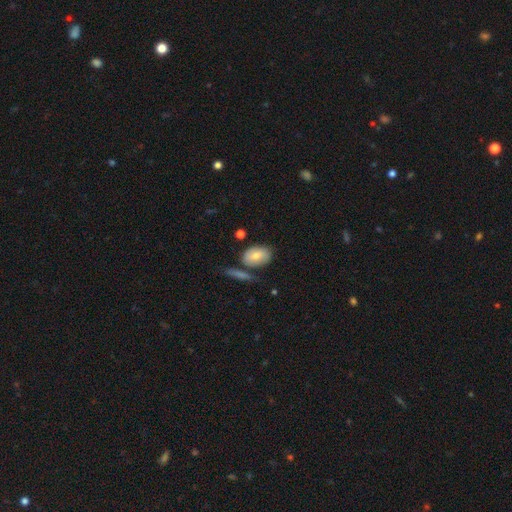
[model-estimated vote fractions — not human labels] smooth_or_featured: smooth (p=0.74) [alt: featured or disk p=0.20]
how_rounded: in between (p=0.85) [alt: round p=0.12]
merging: none (p=0.61) [alt: minor disturbance p=0.18]